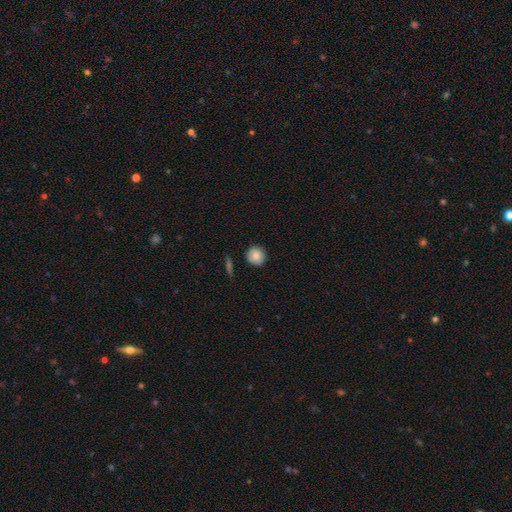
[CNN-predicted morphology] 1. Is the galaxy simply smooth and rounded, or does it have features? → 85% smooth, 8% star or artifact, 7% featured or disk.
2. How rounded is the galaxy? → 91% round, 7% in between, 1% cigar-shaped.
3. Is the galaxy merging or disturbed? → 86% none, 10% minor disturbance, 2% merger, 2% major disturbance.